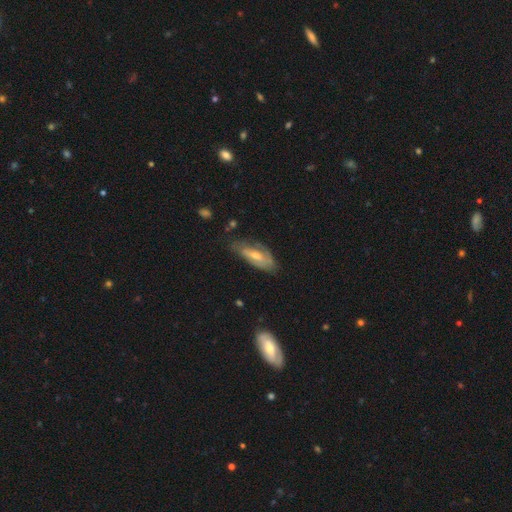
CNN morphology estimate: featured or disk 54%, smooth 38%, star or artifact 8%. Down the decision tree: edge-on disk — no (80%); merging — none (57%).